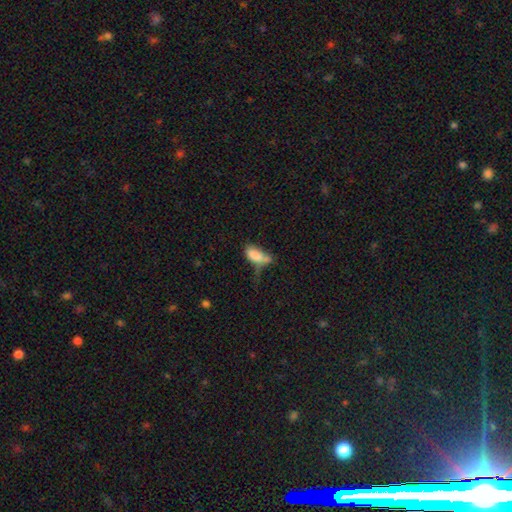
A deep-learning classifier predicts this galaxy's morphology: The model was most divided on "merging": major disturbance: 31%, minor disturbance: 25%, merger: 23%, none: 21%. More confident: how rounded — in between (83%); smooth or featured — smooth (74%).